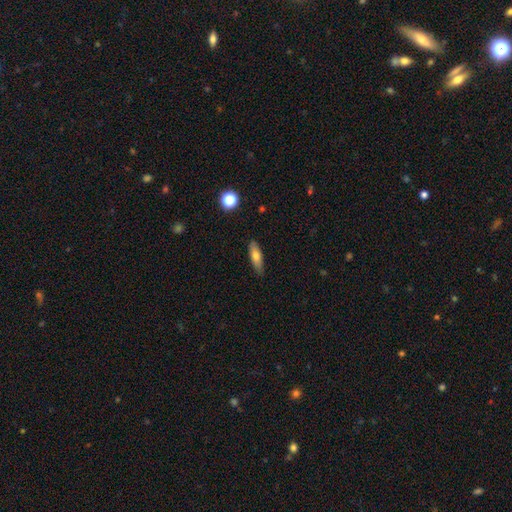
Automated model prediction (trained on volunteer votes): This is likely a smooth galaxy (70%). How rounded: possibly cigar-shaped (52%). Merging: clearly none (86%).